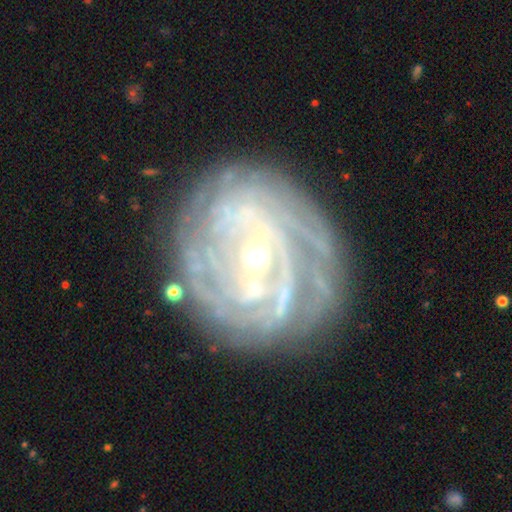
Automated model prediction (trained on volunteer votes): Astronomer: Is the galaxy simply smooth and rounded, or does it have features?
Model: featured or disk — 87%.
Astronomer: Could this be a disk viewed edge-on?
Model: no — 96%.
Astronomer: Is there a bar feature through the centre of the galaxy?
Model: weak — 39% (runner-up: no, 32%).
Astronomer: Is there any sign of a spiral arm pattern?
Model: yes — 94%.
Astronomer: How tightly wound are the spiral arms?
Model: tight — 78%.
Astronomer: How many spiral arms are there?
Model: can't tell — 34% (runner-up: 4, 18%).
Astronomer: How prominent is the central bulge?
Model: small — 62%.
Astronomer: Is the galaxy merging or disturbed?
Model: none — 78%.